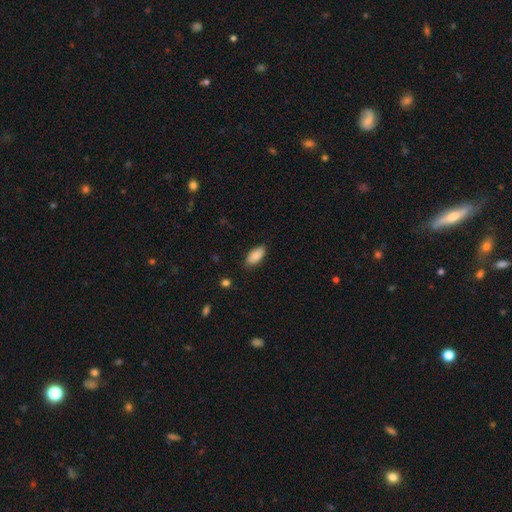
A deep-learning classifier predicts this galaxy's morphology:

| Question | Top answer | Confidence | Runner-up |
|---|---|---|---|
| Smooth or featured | smooth | 88% | star or artifact (6%) |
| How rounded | in between | 91% | cigar-shaped (7%) |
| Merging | none | 84% | minor disturbance (12%) |